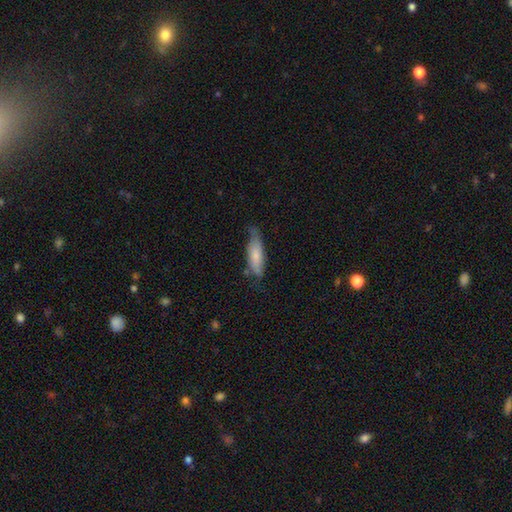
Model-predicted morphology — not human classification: Smooth or featured?
  - smooth: 70% *
  - featured or disk: 24%
  - star or artifact: 6%
How rounded?
  - in between: 54% *
  - cigar-shaped: 44%
  - round: 2%
Merging?
  - none: 52% *
  - minor disturbance: 34%
  - major disturbance: 11%
  - merger: 3%